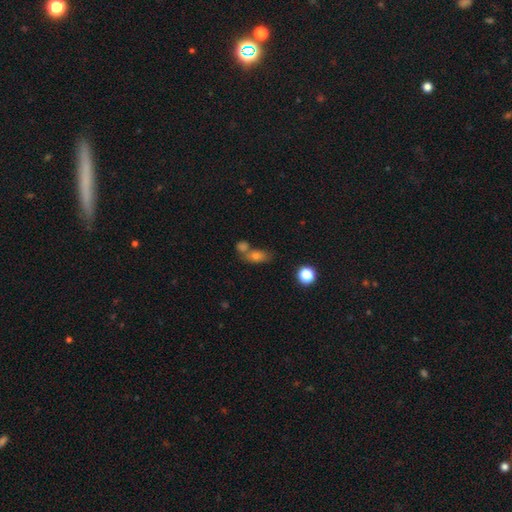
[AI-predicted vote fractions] The model was most divided on "merging": none: 44%, merger: 38%, minor disturbance: 12%, major disturbance: 6%. More confident: how rounded — in between (74%); smooth or featured — smooth (69%).